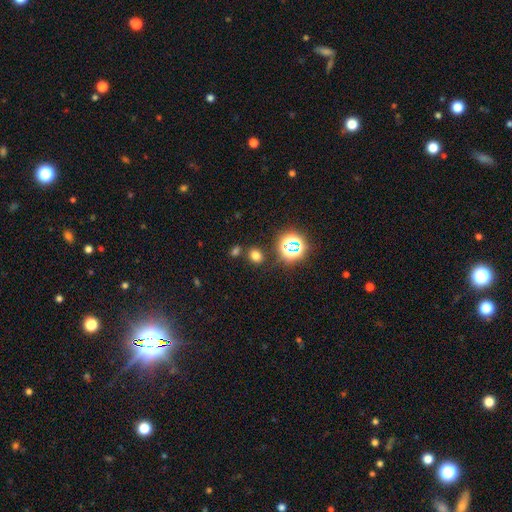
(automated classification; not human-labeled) A smooth galaxy with no disk features (68%) that is round (56%).

Vote fractions:
- Smooth or featured? smooth: 68% / star or artifact: 26% / featured or disk: 6%
- How rounded? round: 56% / in between: 43% / cigar-shaped: 1%
- Merging? none: 78% / merger: 10% / minor disturbance: 9% / major disturbance: 3%